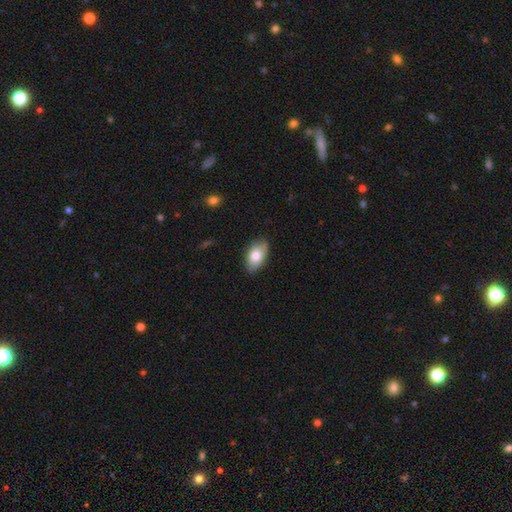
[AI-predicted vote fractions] Smooth or featured? Predicted: smooth (p=0.79). How rounded? Predicted: in between (p=0.93). Merging? Predicted: none (p=0.82).